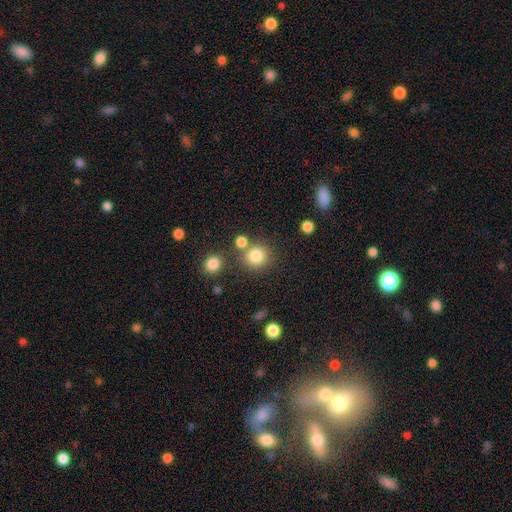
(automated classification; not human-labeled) This appears to be a smooth galaxy with no disk features (82%) that is round (87%). Merging: none (71%).